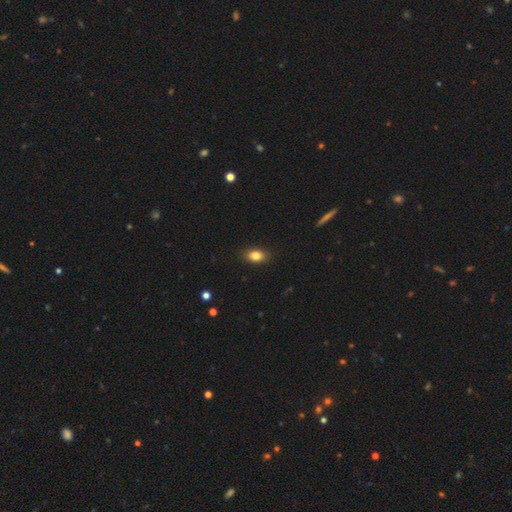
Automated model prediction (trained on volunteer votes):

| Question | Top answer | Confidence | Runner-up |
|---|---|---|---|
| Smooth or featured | smooth | 83% | star or artifact (9%) |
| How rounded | in between | 84% | round (13%) |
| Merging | none | 87% | minor disturbance (9%) |